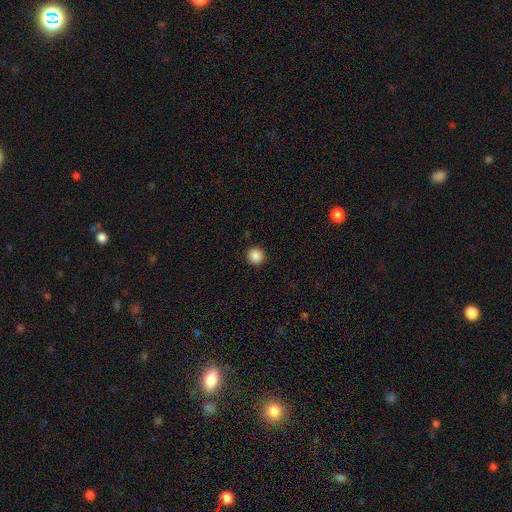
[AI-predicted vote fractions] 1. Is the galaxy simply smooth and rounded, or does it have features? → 88% smooth, 10% star or artifact, 3% featured or disk.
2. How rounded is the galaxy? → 94% round, 5% in between, 1% cigar-shaped.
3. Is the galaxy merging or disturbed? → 93% none, 4% minor disturbance, 2% major disturbance, 1% merger.